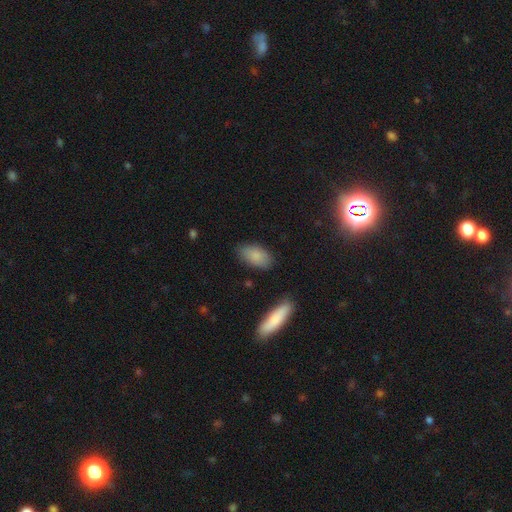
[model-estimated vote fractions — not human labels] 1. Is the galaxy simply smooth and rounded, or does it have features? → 85% smooth, 9% featured or disk, 6% star or artifact.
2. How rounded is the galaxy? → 92% in between, 5% cigar-shaped, 3% round.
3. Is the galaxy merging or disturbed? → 80% none, 14% minor disturbance, 3% major disturbance, 2% merger.